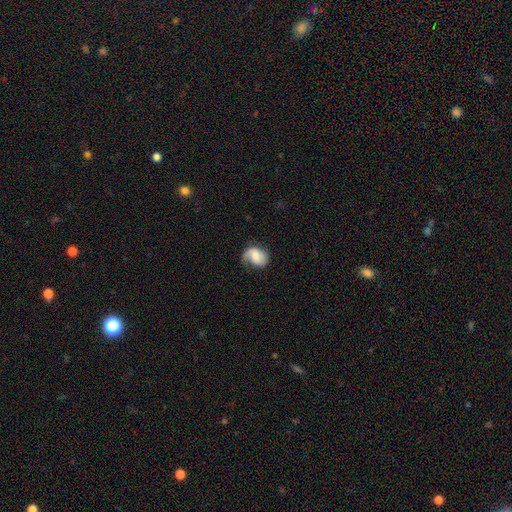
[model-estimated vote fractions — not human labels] Morphology: type=featured or disk (55%); edge-on=no (97%); bar=no (53%); spiral arms=yes (89%); bulge=moderate (45%); merging=none (51%).